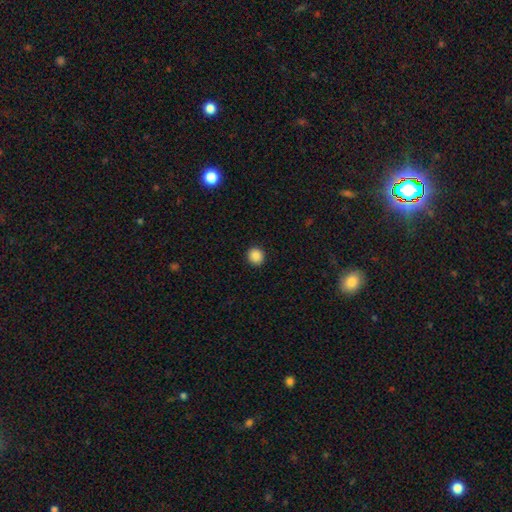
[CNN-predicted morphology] This is clearly a smooth galaxy (88%). How rounded: clearly round (90%). Merging: clearly none (92%).